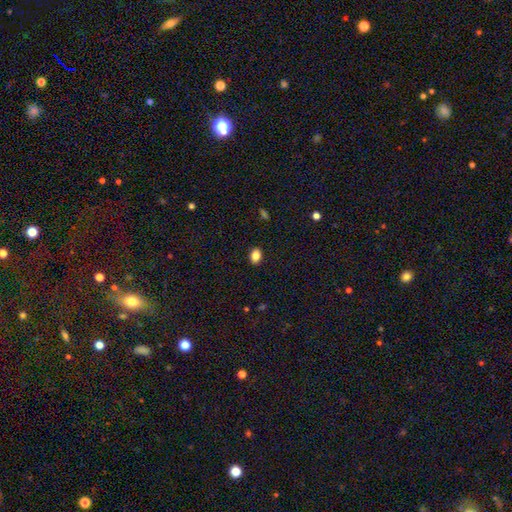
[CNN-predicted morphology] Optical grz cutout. It shows a smooth galaxy with no disk features (85%) that is in between round and cigar-shaped (70%). Merging: none (90%).